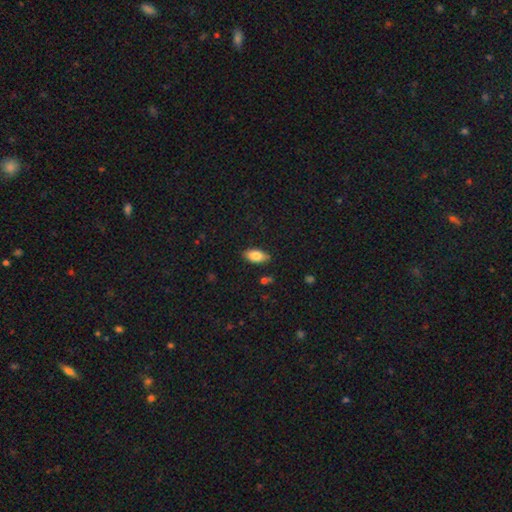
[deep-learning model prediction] Overall: smooth (82%). How rounded: in between (93%). Merging: none (86%).